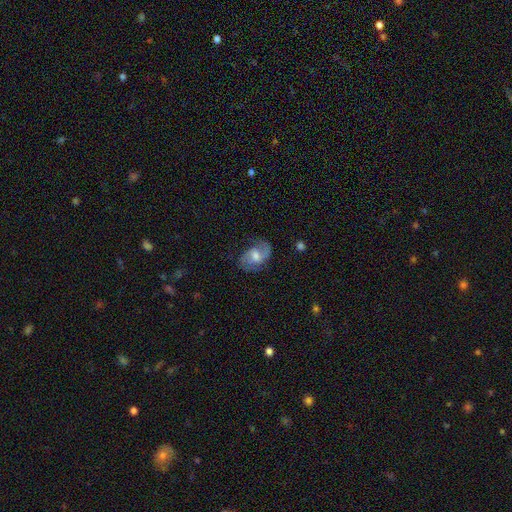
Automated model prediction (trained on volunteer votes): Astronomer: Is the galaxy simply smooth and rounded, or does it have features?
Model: featured or disk — 72%.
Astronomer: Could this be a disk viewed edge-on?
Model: no — 97%.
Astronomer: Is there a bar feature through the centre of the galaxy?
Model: weak — 51% (runner-up: no, 38%).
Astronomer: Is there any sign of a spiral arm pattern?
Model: yes — 92%.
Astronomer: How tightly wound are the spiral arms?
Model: medium — 47% (runner-up: loose, 34%).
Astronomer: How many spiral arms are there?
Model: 2 — 82%.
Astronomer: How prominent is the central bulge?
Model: moderate — 60%.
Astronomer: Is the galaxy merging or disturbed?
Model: none — 67%.